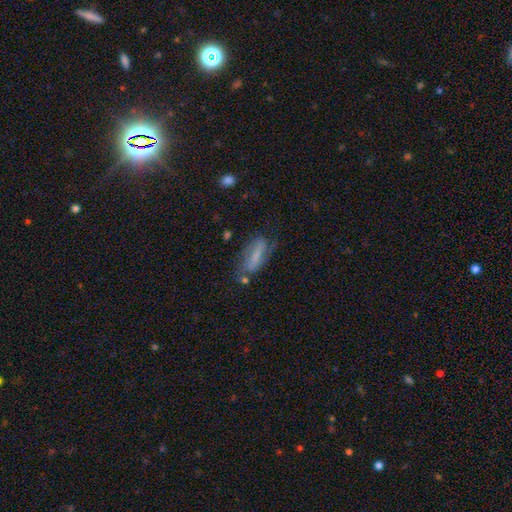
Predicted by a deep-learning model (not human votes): This is possibly a smooth galaxy (51%). How rounded: likely in between (61%). Merging: possibly none (52%).